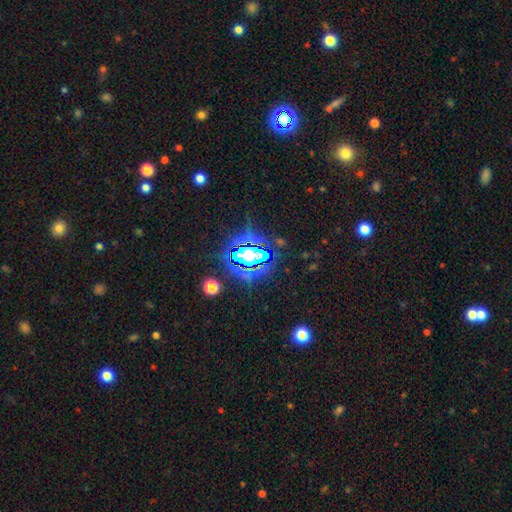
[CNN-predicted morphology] This appears to be a star or artifact, not a galaxy (78%).